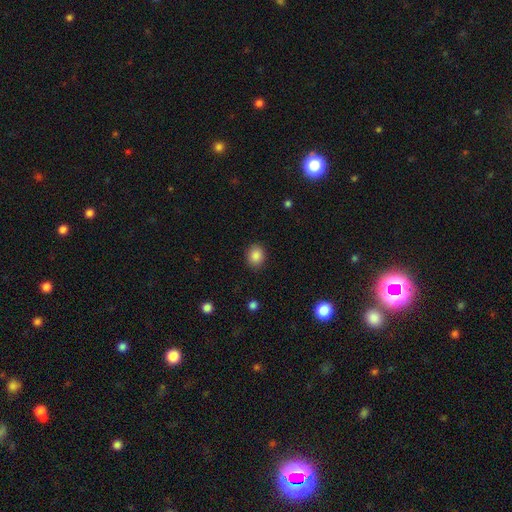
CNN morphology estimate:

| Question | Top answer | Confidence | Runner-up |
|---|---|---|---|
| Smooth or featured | smooth | 87% | star or artifact (9%) |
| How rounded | round | 64% | in between (35%) |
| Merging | none | 88% | minor disturbance (8%) |